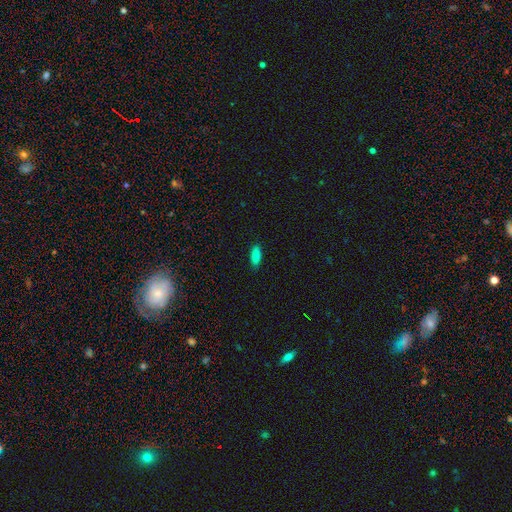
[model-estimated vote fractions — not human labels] A smooth galaxy with no disk features (86%) that is in between round and cigar-shaped (71%). Merging: none (88%).